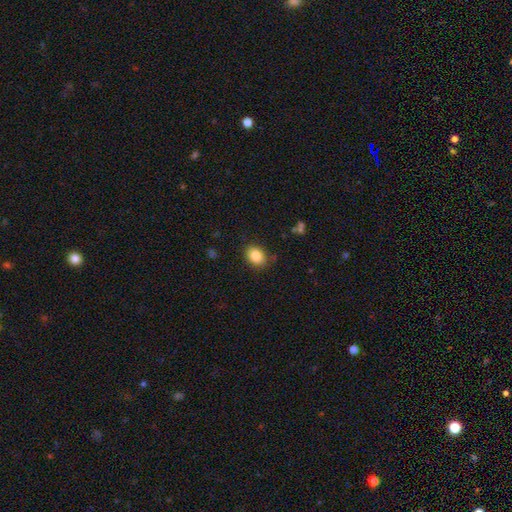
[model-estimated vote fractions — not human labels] A smooth galaxy with no disk features (85%) that is in between round and cigar-shaped (66%). Merging: none (84%).